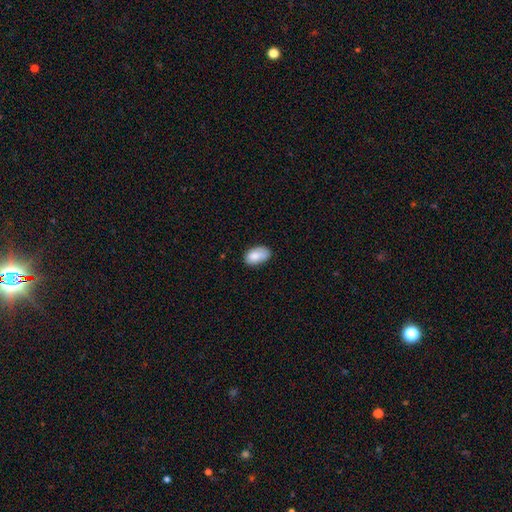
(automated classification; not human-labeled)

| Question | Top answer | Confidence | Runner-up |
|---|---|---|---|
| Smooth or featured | smooth | 85% | featured or disk (8%) |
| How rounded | in between | 93% | round (6%) |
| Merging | none | 67% | minor disturbance (26%) |